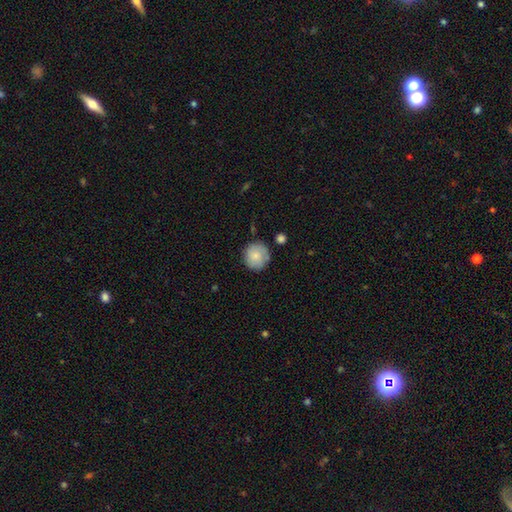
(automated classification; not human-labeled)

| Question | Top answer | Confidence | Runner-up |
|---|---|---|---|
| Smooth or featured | smooth | 81% | featured or disk (12%) |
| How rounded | round | 92% | in between (7%) |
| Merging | none | 79% | minor disturbance (14%) |